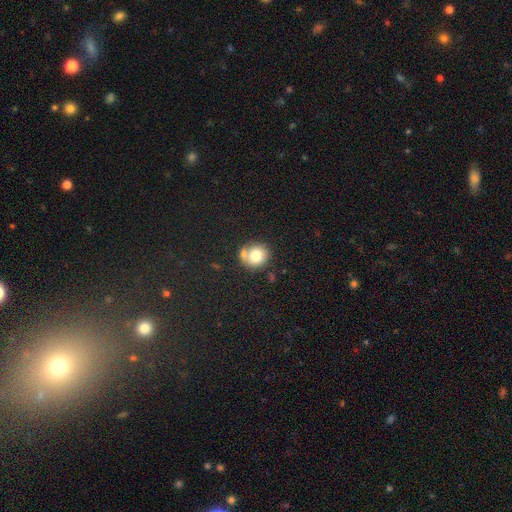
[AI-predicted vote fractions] Smooth or featured? smooth (75%)
How rounded? round (85%)
Merging? none (58%)